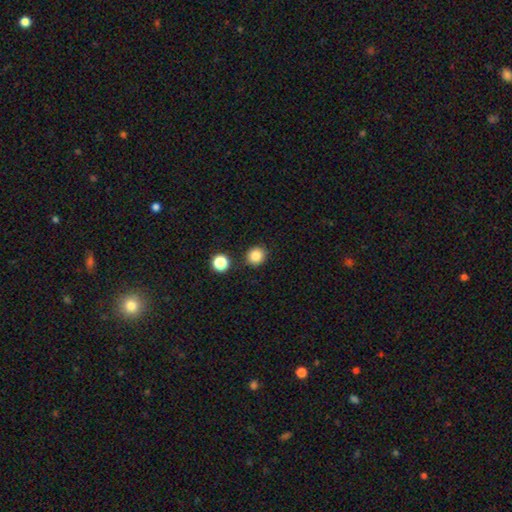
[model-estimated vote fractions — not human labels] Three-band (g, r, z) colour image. It shows a smooth galaxy with no disk features (85%) that is round (85%). Merging: none (85%).